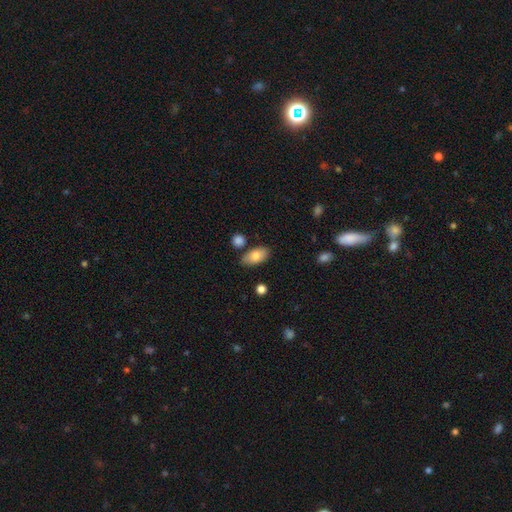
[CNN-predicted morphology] The model was most divided on "merging": none: 77%, minor disturbance: 14%, merger: 6%, major disturbance: 3%. More confident: how rounded — in between (92%); smooth or featured — smooth (81%).